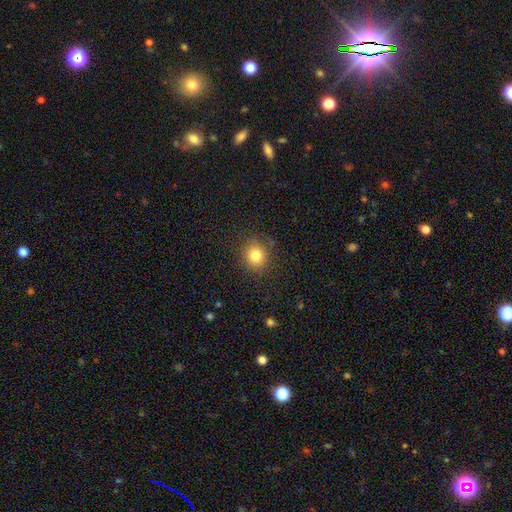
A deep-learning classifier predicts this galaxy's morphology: This appears to be a smooth galaxy with no disk features (82%) that is round (78%). Merging: none (86%).